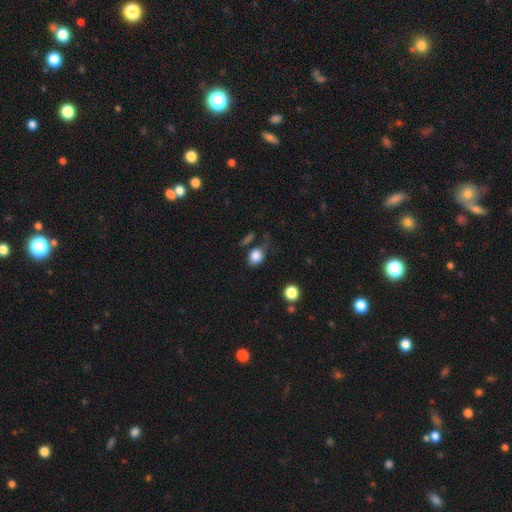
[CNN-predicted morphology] Q: Smooth or featured?
A: smooth (84%); runner-up: star or artifact (10%)
Q: How rounded?
A: round (53%); runner-up: in between (45%)
Q: Merging?
A: none (58%); runner-up: minor disturbance (24%)